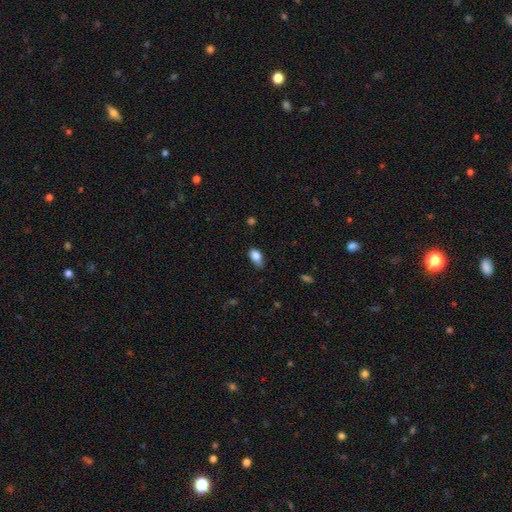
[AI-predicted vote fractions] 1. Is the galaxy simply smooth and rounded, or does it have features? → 85% smooth, 8% star or artifact, 7% featured or disk.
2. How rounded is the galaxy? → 89% in between, 7% round, 4% cigar-shaped.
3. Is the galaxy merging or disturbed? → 51% none, 39% minor disturbance, 8% major disturbance, 2% merger.